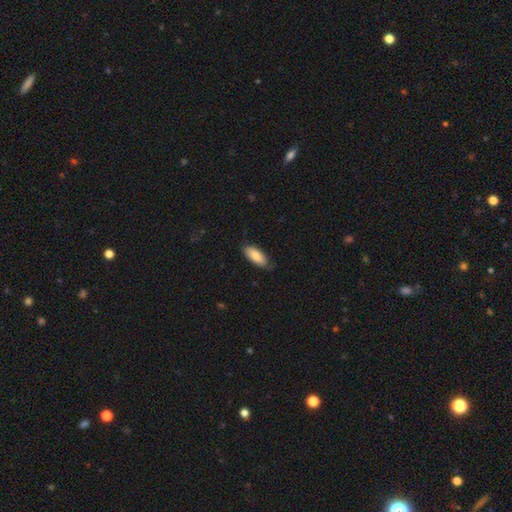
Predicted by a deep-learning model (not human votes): A smooth galaxy with no disk features (81%) that is in between round and cigar-shaped (81%). Merging: none (76%).